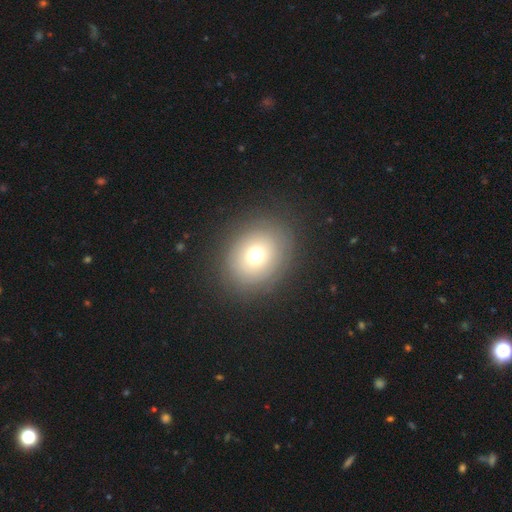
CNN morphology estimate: smooth 68%, featured or disk 18%, star or artifact 14%. Down the decision tree: how rounded — round (62%); merging — none (84%).